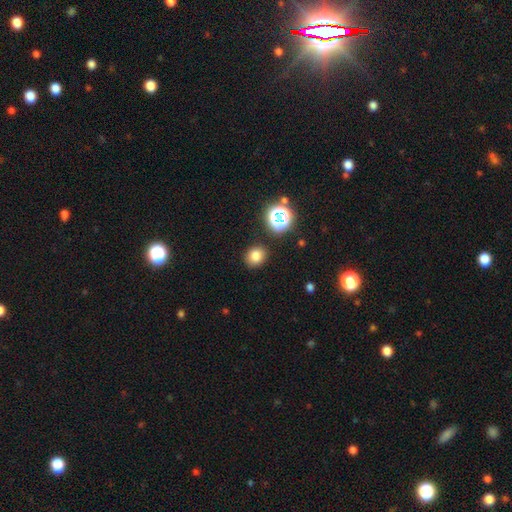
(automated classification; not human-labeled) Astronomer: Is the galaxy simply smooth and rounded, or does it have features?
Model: smooth — 77%.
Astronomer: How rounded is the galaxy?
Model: round — 71%.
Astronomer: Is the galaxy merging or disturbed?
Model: none — 85%.